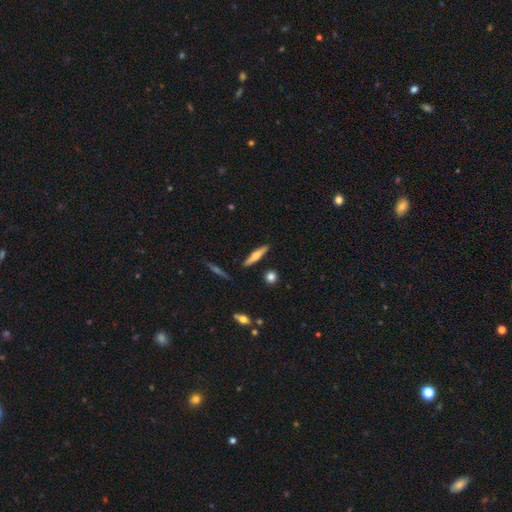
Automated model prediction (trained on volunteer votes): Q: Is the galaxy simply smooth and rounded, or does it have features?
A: featured or disk — 47%.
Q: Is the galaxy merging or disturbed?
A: none — 86%.